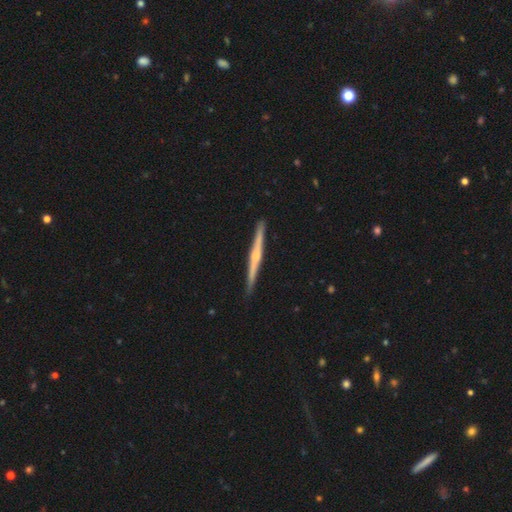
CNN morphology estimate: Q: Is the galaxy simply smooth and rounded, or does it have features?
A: featured or disk — 76%.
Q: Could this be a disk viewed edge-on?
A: yes — 98%.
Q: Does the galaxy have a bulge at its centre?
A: rounded — 80%.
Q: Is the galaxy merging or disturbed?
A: none — 91%.